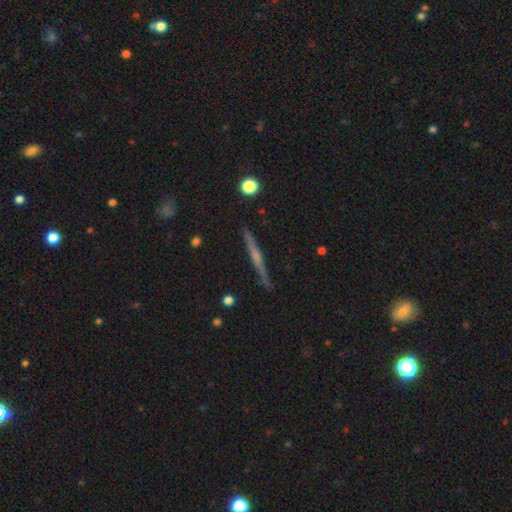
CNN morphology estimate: Smooth or featured? Predicted: featured or disk (p=0.70). Edge-on disk? Predicted: yes (p=0.98). Edge-on bulge? Predicted: rounded (p=0.57). Merging? Predicted: none (p=0.90).